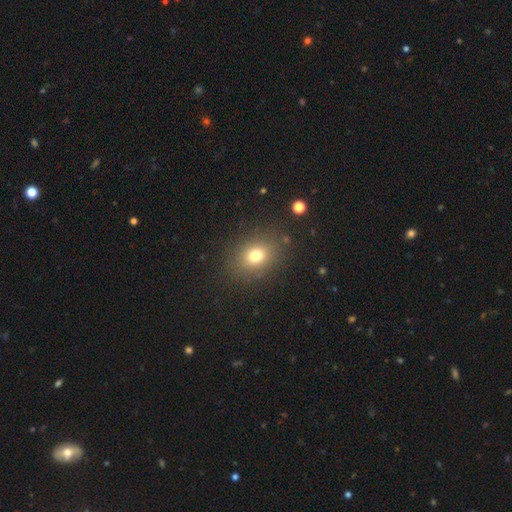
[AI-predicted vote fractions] smooth-or-featured: smooth: 75% | star or artifact: 14% | featured or disk: 11%
  how-rounded: in between: 53% | round: 46% | cigar-shaped: 1%
  merging: none: 85% | minor disturbance: 9% | major disturbance: 4% | merger: 2%